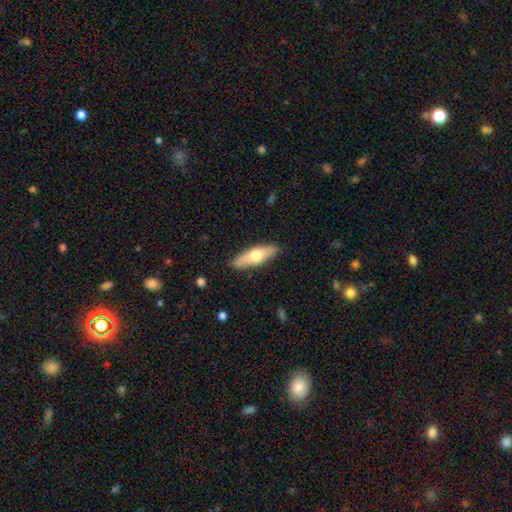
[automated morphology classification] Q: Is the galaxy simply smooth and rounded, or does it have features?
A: smooth — 57%.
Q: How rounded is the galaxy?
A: cigar-shaped — 56%.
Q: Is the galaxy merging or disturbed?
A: none — 88%.